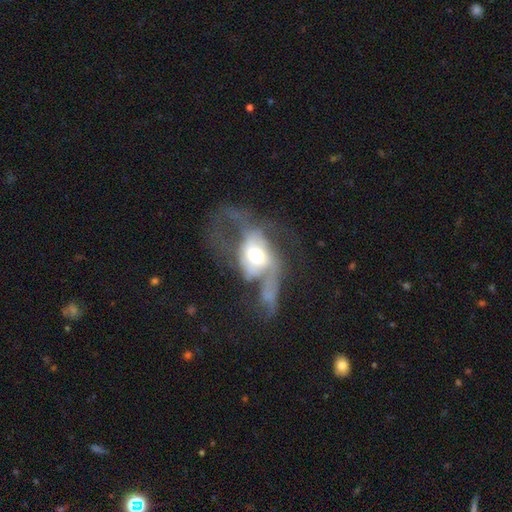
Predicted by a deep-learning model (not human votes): Smooth or featured? Predicted: featured or disk (p=0.59). Edge-on disk? Predicted: no (p=0.90). Bar? Predicted: no (p=0.72). Spiral arms? Predicted: no (p=0.58). Bulge size? Predicted: moderate (p=0.62). Merging? Predicted: major disturbance (p=0.62).